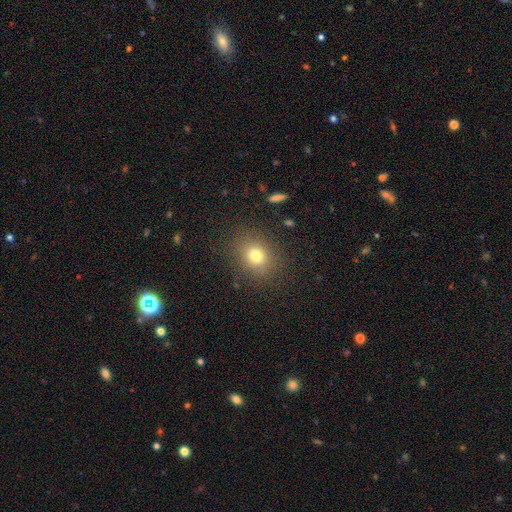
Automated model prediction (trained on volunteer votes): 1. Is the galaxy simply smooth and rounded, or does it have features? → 76% smooth, 14% star or artifact, 10% featured or disk.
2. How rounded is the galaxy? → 63% round, 36% in between, 1% cigar-shaped.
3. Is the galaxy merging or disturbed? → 85% none, 10% minor disturbance, 4% major disturbance, 1% merger.